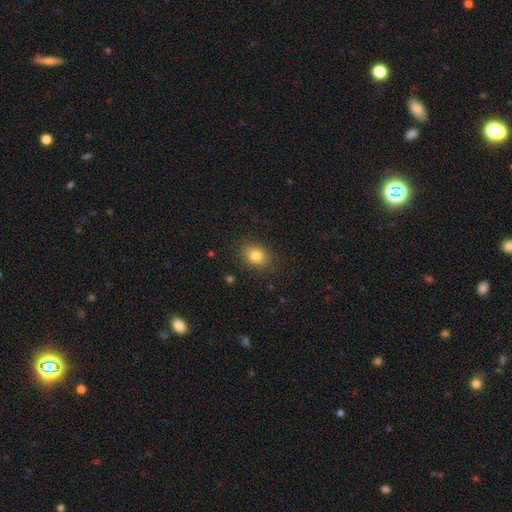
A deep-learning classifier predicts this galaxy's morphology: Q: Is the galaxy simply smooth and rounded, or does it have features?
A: smooth — 82%.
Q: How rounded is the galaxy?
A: in between — 56%.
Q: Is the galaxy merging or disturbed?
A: none — 86%.